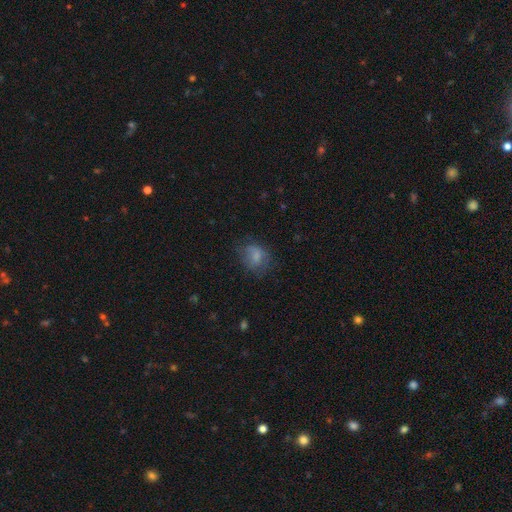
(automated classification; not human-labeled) This appears to be a smooth galaxy with no disk features (72%) that is round (51%). Merging: none (54%).